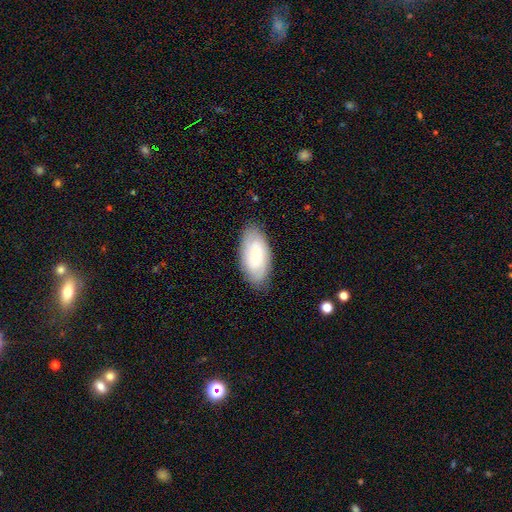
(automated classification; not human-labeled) Smooth or featured: smooth — 62% (featured or disk — 32%)
How rounded: in between — 92% (cigar-shaped — 5%)
Merging: none — 84% (minor disturbance — 12%)